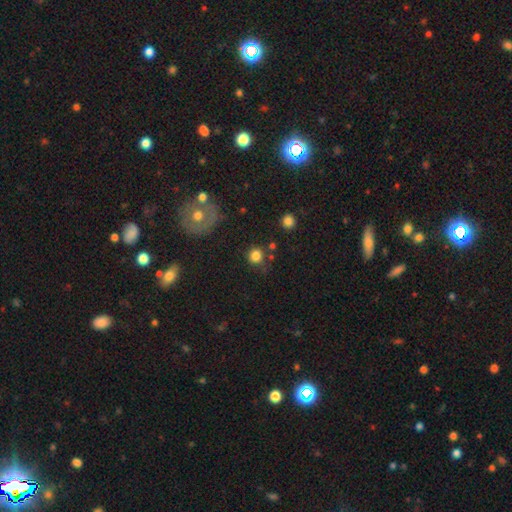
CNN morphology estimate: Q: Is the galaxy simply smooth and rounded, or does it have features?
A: smooth — 81%.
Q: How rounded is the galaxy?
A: round — 89%.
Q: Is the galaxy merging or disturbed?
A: none — 75%.